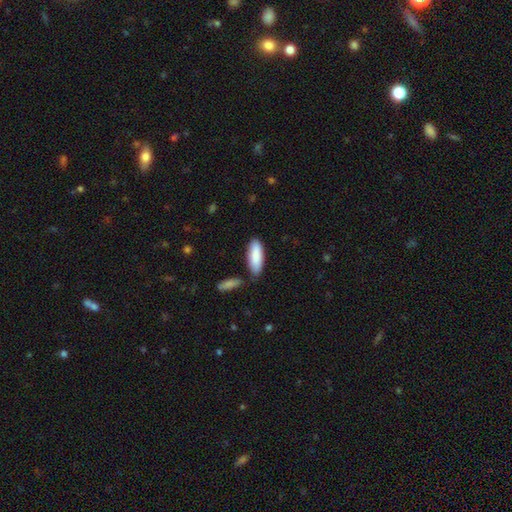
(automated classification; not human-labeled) This appears to be a smooth galaxy with no disk features (87%) that is in between round and cigar-shaped (65%). Merging: none (74%).